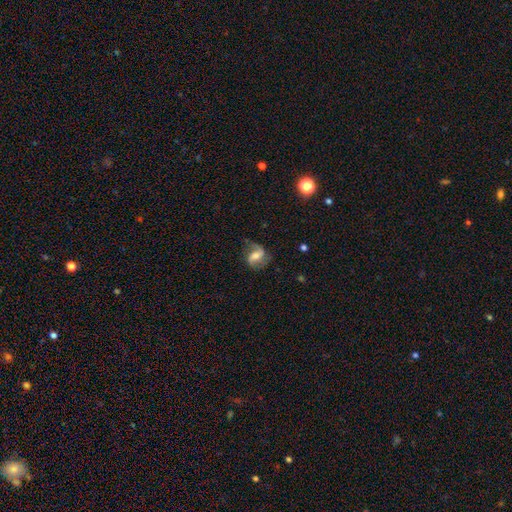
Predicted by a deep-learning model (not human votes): The model was most divided on "spiral winding": loose: 45%, medium: 42%, tight: 13%. Remaining: edge-on disk — no (97%); spiral arms — yes (94%); spiral arm count — 2 (87%); smooth or featured — featured or disk (76%); merging — none (70%); bulge size — moderate (61%); bar — weak (44%).